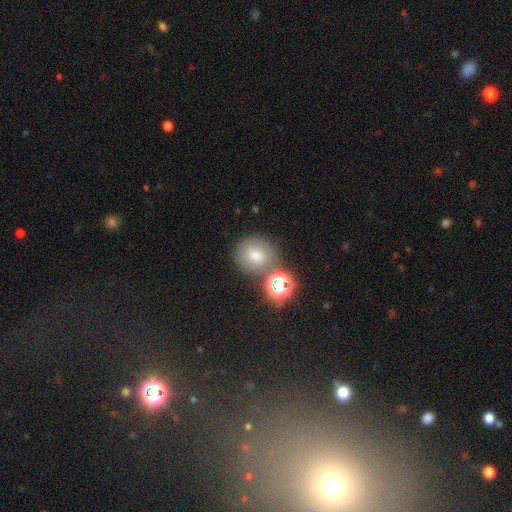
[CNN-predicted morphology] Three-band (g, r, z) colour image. It shows a smooth galaxy with no disk features (62%) that is round (82%). Merging: none (71%).